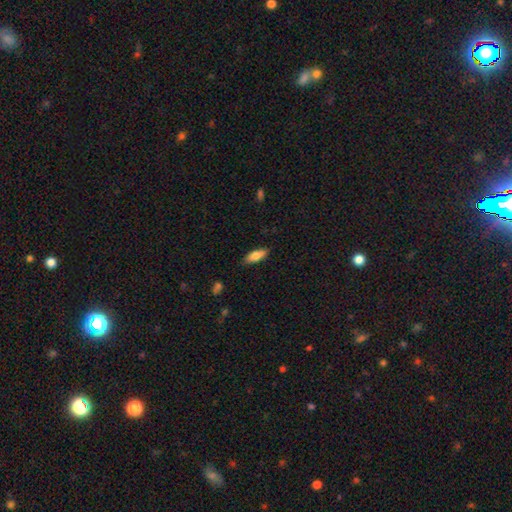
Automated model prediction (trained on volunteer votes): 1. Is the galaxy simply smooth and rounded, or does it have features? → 76% smooth, 17% featured or disk, 7% star or artifact.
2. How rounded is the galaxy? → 69% in between, 29% cigar-shaped, 2% round.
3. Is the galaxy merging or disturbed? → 84% none, 12% minor disturbance, 2% major disturbance, 1% merger.